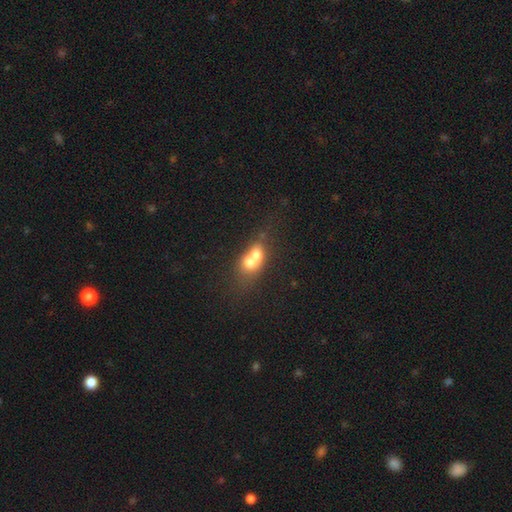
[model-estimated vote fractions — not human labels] This is likely a smooth galaxy (63%). How rounded: possibly round (51%). Merging: likely merger (76%).